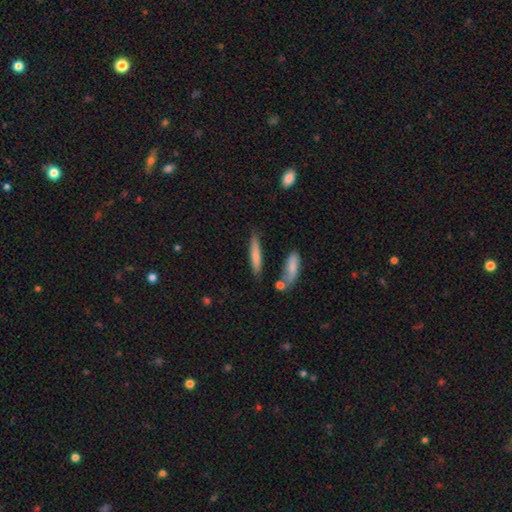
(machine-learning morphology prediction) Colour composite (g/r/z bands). It shows a smooth galaxy with no disk features (73%) that is cigar-shaped (85%). Merging: none (75%).